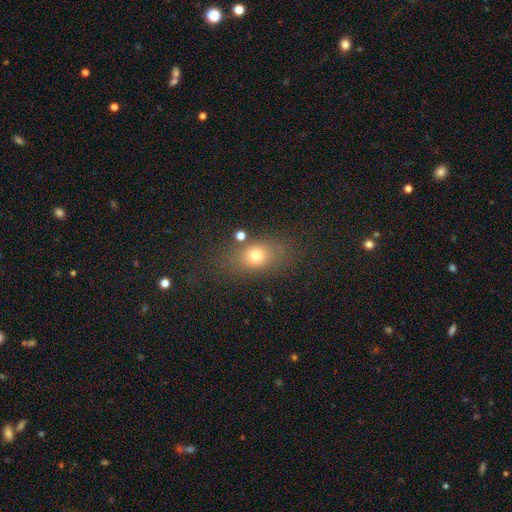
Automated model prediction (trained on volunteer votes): Morphology: type=smooth (72%); roundness=in between (61%); merging=none (73%).